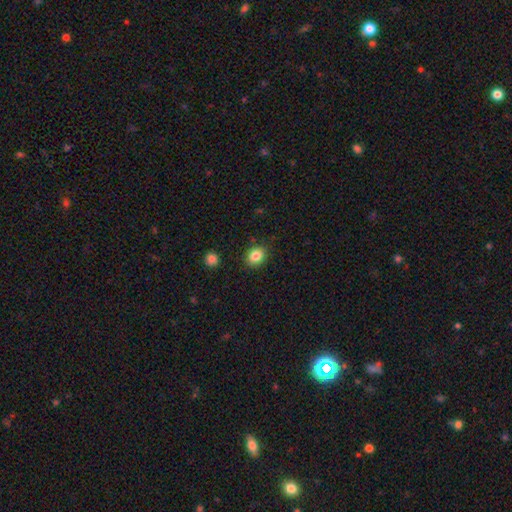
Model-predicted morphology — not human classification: Smooth or featured? Predicted: smooth (p=0.85). How rounded? Predicted: round (p=0.55). Merging? Predicted: none (p=0.87).